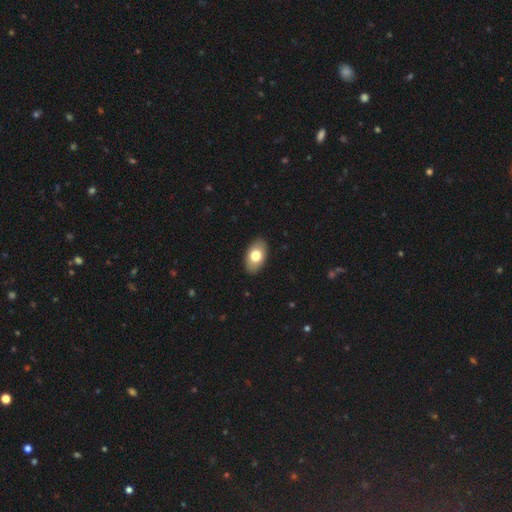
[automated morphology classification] smooth-or-featured: smooth: 74% | featured or disk: 19% | star or artifact: 7%
  how-rounded: in between: 92% | round: 6% | cigar-shaped: 1%
  merging: none: 88% | minor disturbance: 9% | major disturbance: 2% | merger: 1%